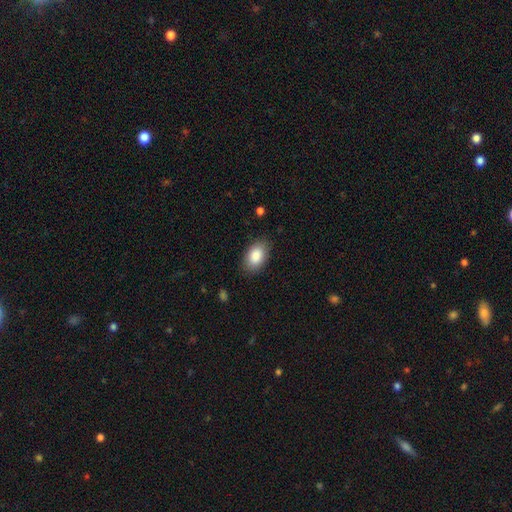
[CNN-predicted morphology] Smooth or featured? smooth (87%)
How rounded? in between (90%)
Merging? none (83%)